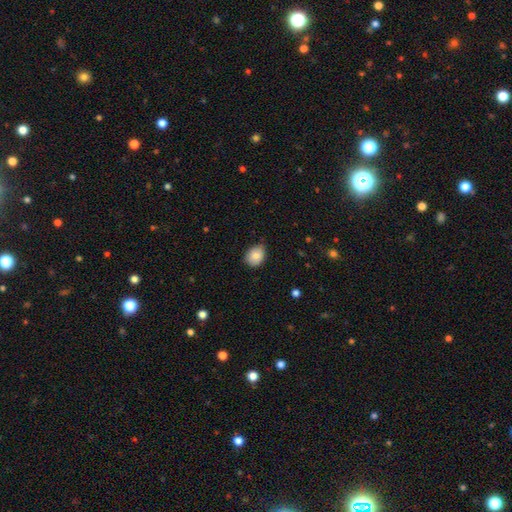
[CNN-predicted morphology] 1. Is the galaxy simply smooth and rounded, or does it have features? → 86% smooth, 8% star or artifact, 7% featured or disk.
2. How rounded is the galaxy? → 52% in between, 47% round, 1% cigar-shaped.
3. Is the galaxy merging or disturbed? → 68% none, 27% minor disturbance, 4% major disturbance, 1% merger.